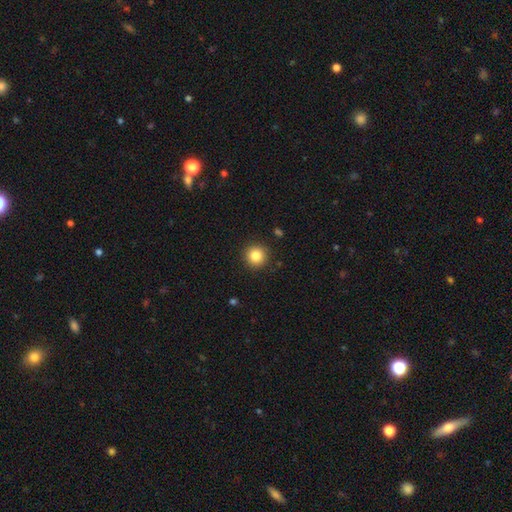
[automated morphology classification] smooth_or_featured: smooth (p=0.84) [alt: star or artifact p=0.10]
how_rounded: round (p=0.95) [alt: in between p=0.04]
merging: none (p=0.90) [alt: minor disturbance p=0.06]